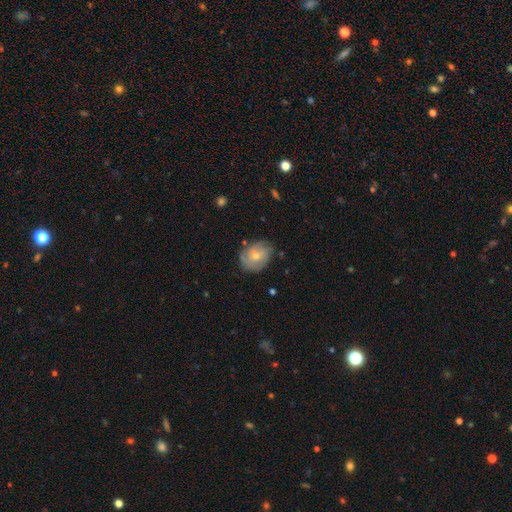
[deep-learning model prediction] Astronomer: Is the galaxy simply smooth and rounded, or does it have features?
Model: smooth — 48% (runner-up: featured or disk, 45%).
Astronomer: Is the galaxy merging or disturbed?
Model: none — 67%.